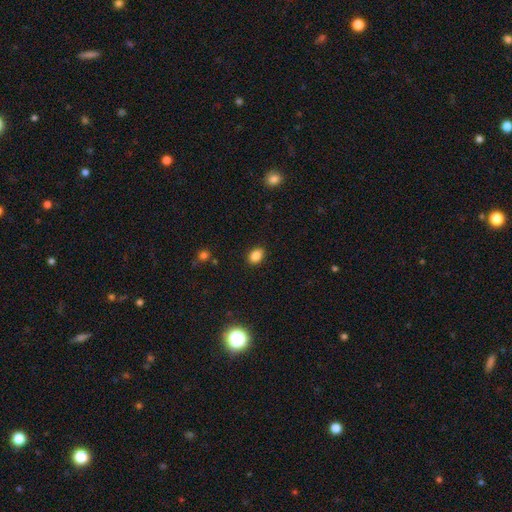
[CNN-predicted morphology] Smooth or featured? smooth (86%)
How rounded? in between (79%)
Merging? none (87%)